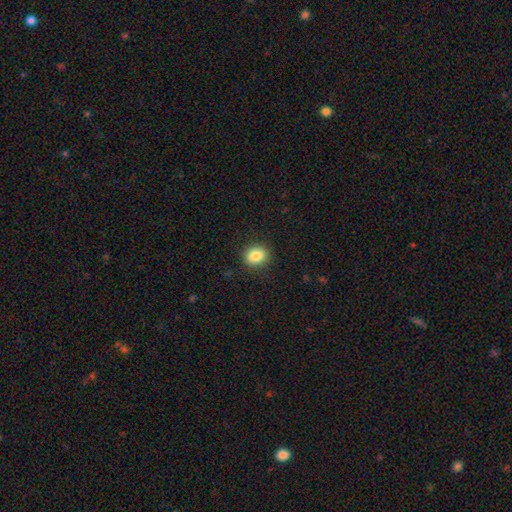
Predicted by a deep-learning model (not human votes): This appears to be a smooth galaxy with no disk features (85%) that is round (54%). Merging: none (88%).